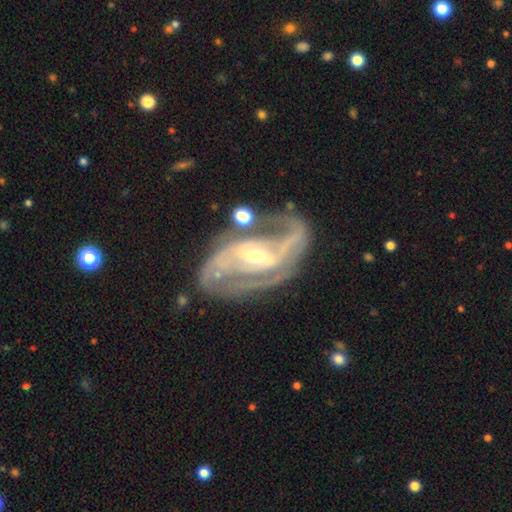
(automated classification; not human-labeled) Smooth or featured: featured or disk — 89% (star or artifact — 6%)
Edge-on disk: no — 96% (yes — 4%)
Bar: strong — 39% (weak — 35%)
Spiral arms: yes — 95% (no — 5%)
Spiral winding: medium — 44% (tight — 40%)
Spiral arm count: 2 — 60% (can't tell — 14%)
Bulge size: small — 62% (moderate — 34%)
Merging: none — 57% (minor disturbance — 21%)